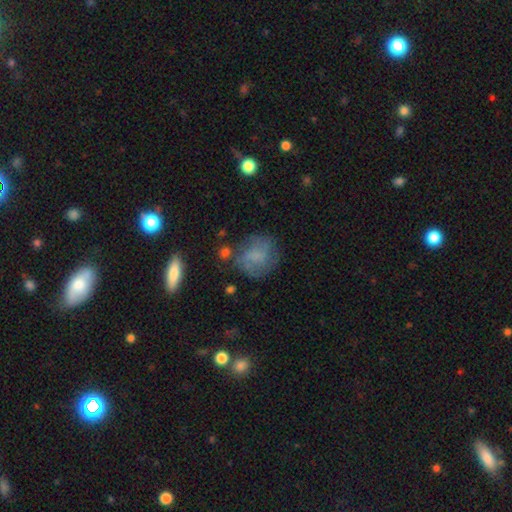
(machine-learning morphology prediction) Overall: smooth (51%; featured or disk 38%). How rounded: round (68%; in between 30%). Merging: none (63%).